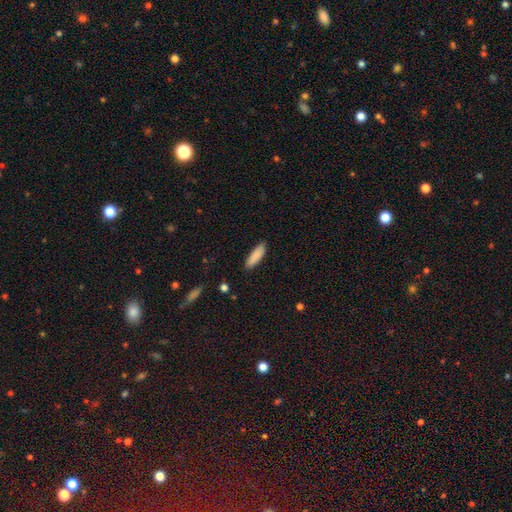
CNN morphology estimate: smooth_or_featured: smooth (p=0.88) [alt: featured or disk p=0.06]
how_rounded: cigar-shaped (p=0.51) [alt: in between p=0.47]
merging: none (p=0.88) [alt: minor disturbance p=0.09]